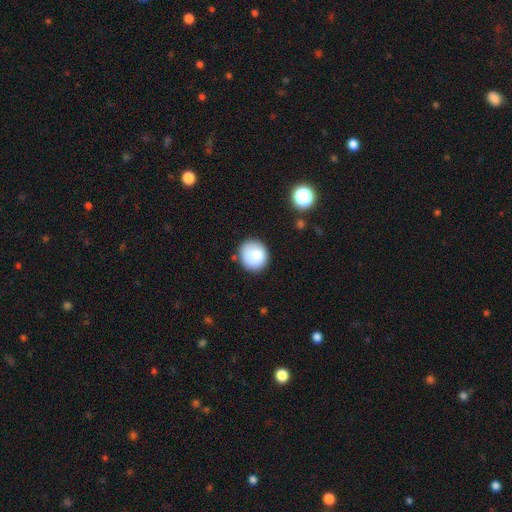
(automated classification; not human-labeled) Smooth or featured? smooth (81%)
How rounded? round (85%)
Merging? none (78%)